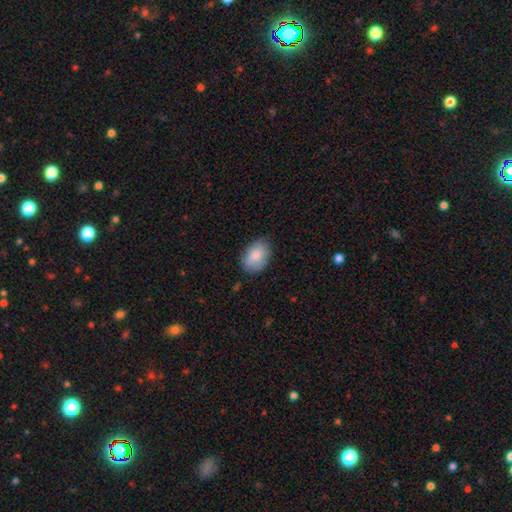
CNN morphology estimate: Q: Smooth or featured?
A: smooth (85%); runner-up: featured or disk (9%)
Q: How rounded?
A: in between (84%); runner-up: round (14%)
Q: Merging?
A: none (76%); runner-up: minor disturbance (20%)